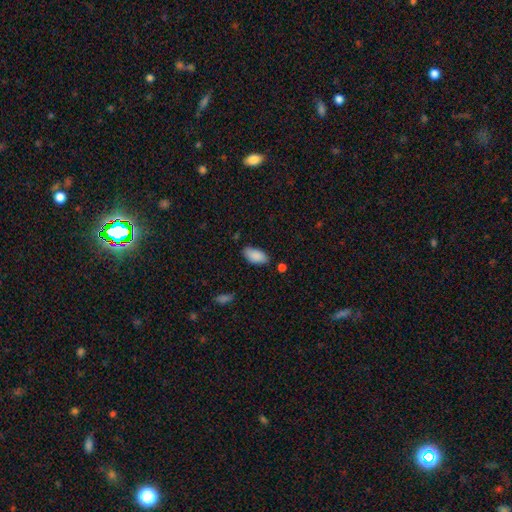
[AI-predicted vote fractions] Smooth or featured? smooth (89%)
How rounded? in between (93%)
Merging? none (78%)